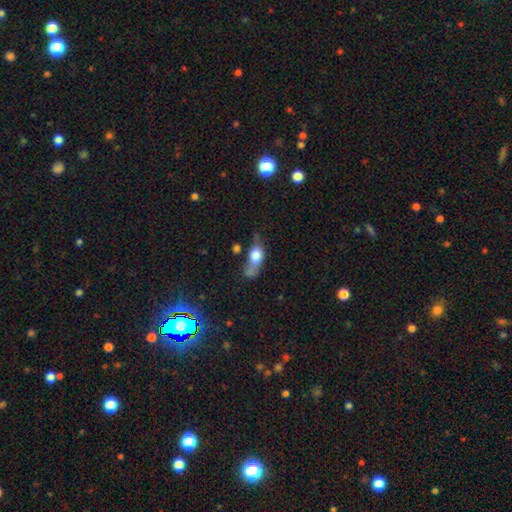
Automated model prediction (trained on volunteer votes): Overall: smooth (64%; featured or disk 26%). How rounded: in between (64%). Merging: none (29%; major disturbance 24%).